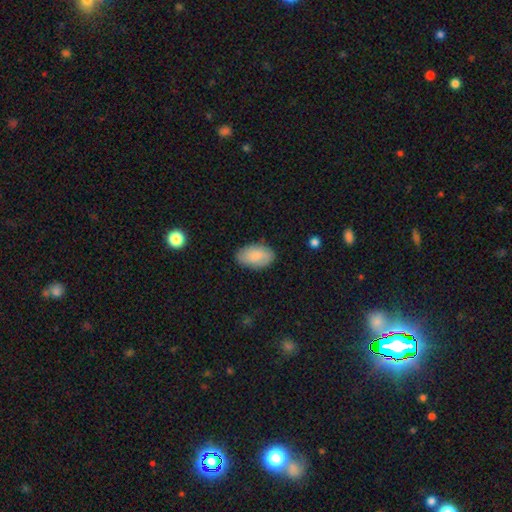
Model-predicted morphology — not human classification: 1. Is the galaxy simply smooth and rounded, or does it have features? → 83% smooth, 11% featured or disk, 6% star or artifact.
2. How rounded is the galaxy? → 94% in between, 4% round, 1% cigar-shaped.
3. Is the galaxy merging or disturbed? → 83% none, 13% minor disturbance, 3% major disturbance, 1% merger.